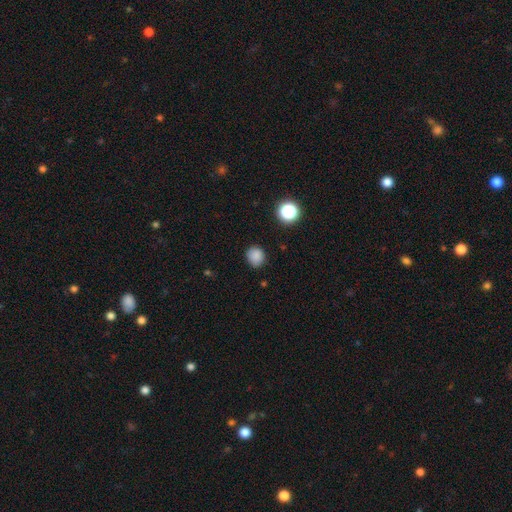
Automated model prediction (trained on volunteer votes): smooth 84%, star or artifact 12%, featured or disk 4%. Down the decision tree: how rounded — round (83%); merging — none (85%).